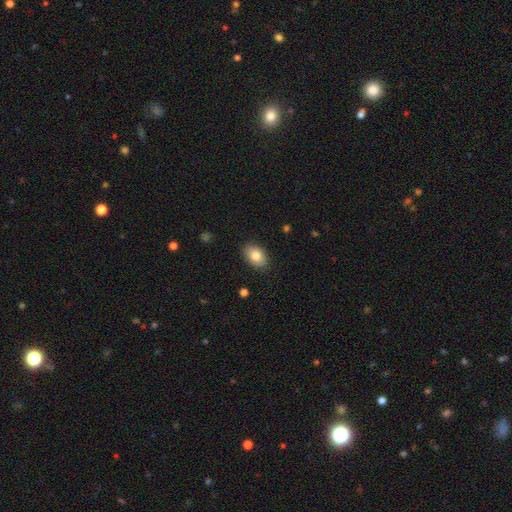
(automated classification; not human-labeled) smooth 83%, featured or disk 9%, star or artifact 7%. Down the decision tree: how rounded — in between (86%); merging — none (88%).